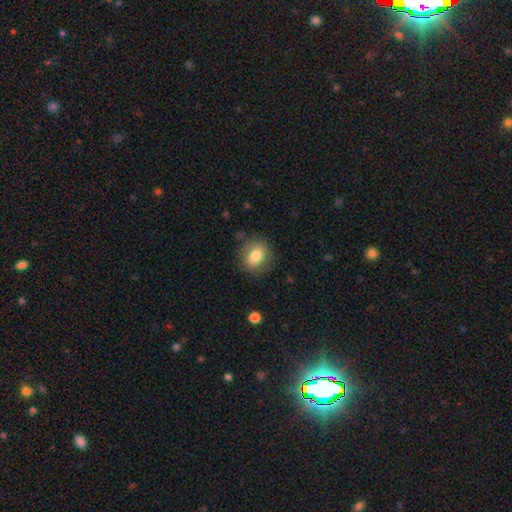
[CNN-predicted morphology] This appears to be a smooth galaxy with no disk features (79%) that is round (53%). Merging: none (82%).